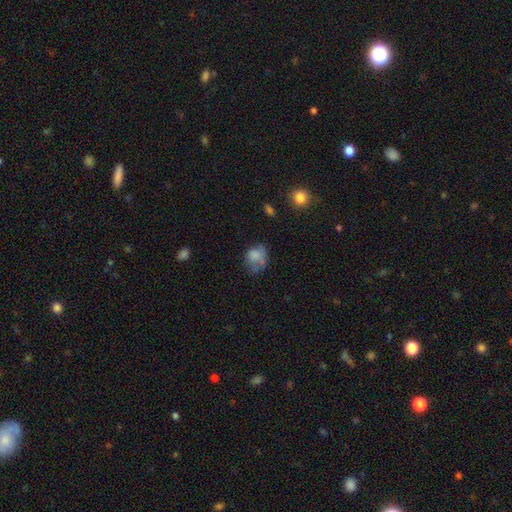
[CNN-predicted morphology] Smooth or featured?
  - smooth: 71% *
  - featured or disk: 18%
  - star or artifact: 11%
How rounded?
  - in between: 52% *
  - round: 47%
  - cigar-shaped: 1%
Merging?
  - none: 35% *
  - minor disturbance: 31%
  - major disturbance: 25%
  - merger: 10%